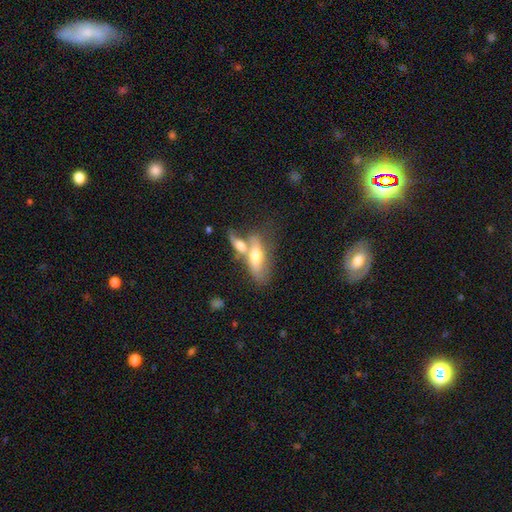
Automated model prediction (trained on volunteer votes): smooth-or-featured: smooth: 50% | featured or disk: 43% | star or artifact: 7%
  how-rounded: in between: 67% | cigar-shaped: 29% | round: 4%
  merging: merger: 55% | none: 28% | minor disturbance: 10% | major disturbance: 7%